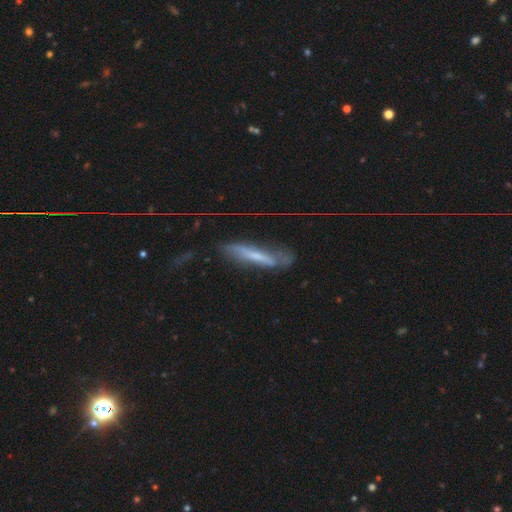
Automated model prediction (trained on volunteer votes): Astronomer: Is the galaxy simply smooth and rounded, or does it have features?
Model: featured or disk — 48% (runner-up: smooth, 44%).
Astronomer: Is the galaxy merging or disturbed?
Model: none — 57%.